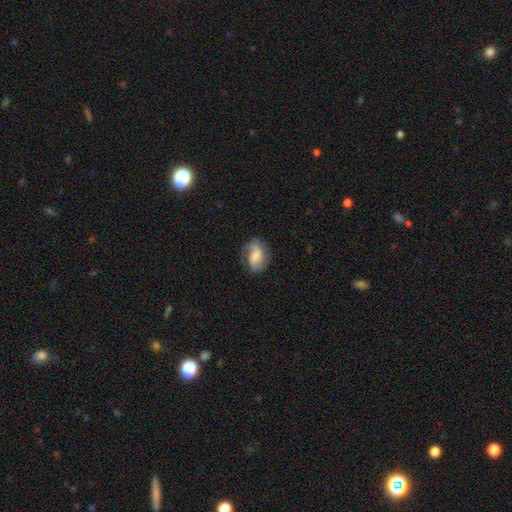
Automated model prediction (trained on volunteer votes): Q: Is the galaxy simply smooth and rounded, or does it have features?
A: featured or disk — 48%.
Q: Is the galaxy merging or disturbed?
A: none — 64%.